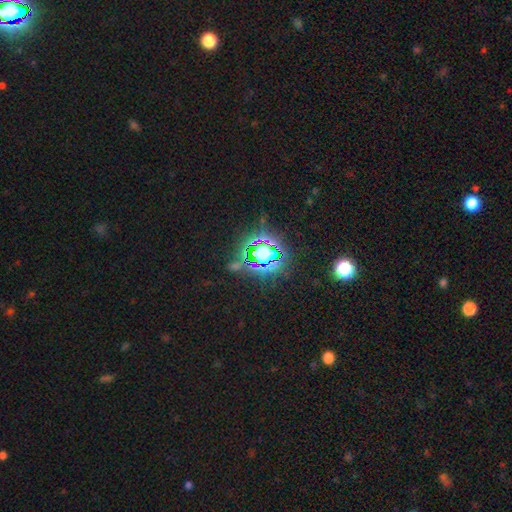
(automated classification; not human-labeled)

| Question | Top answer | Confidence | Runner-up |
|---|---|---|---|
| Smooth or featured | star or artifact | 80% | smooth (13%) |